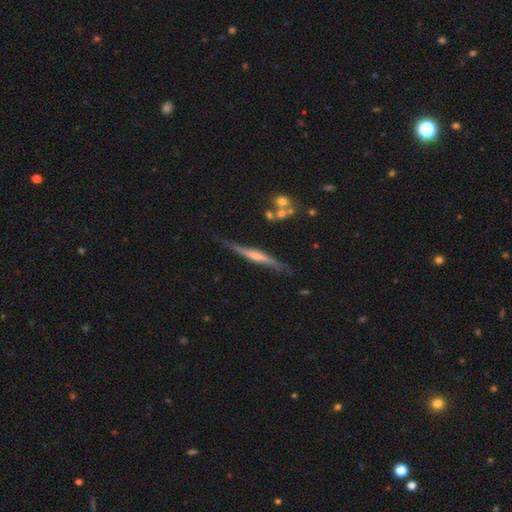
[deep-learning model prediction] The model was most divided on "edge-on bulge": rounded: 43%, none: 40%, boxy: 17%. More confident: edge-on disk — yes (95%); merging — none (76%); smooth or featured — featured or disk (66%).